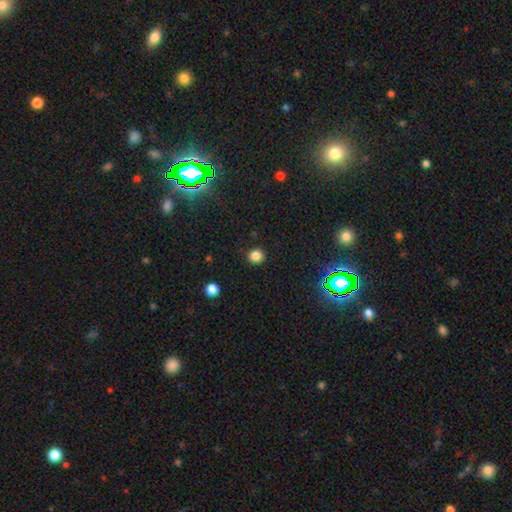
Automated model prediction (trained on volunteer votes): Smooth or featured: smooth — 82% (star or artifact — 14%)
How rounded: round — 90% (in between — 9%)
Merging: none — 91% (minor disturbance — 6%)